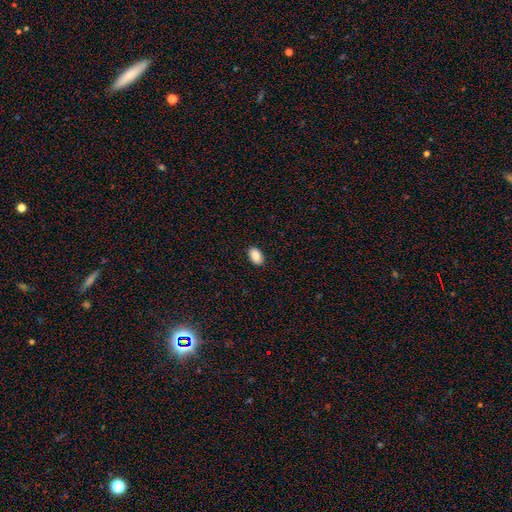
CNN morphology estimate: A smooth galaxy with no disk features (88%) that is in between round and cigar-shaped (91%).

Vote fractions:
- Smooth or featured? smooth: 88% / star or artifact: 7% / featured or disk: 4%
- How rounded? in between: 91% / round: 8% / cigar-shaped: 1%
- Merging? none: 90% / minor disturbance: 7% / major disturbance: 2% / merger: 1%